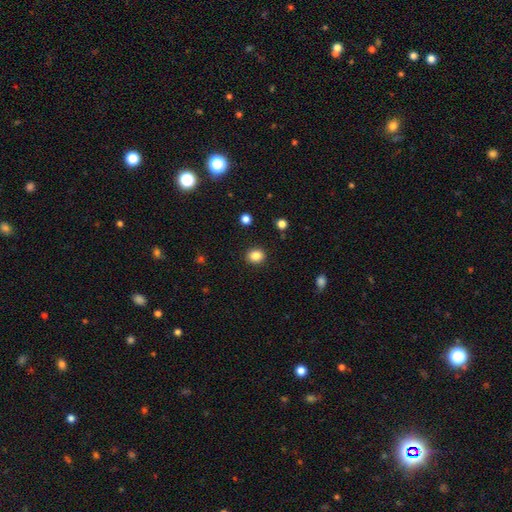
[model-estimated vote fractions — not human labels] The model was most divided on "how rounded": round: 68%, in between: 31%, cigar-shaped: 1%. More confident: merging — none (90%); smooth or featured — smooth (85%).